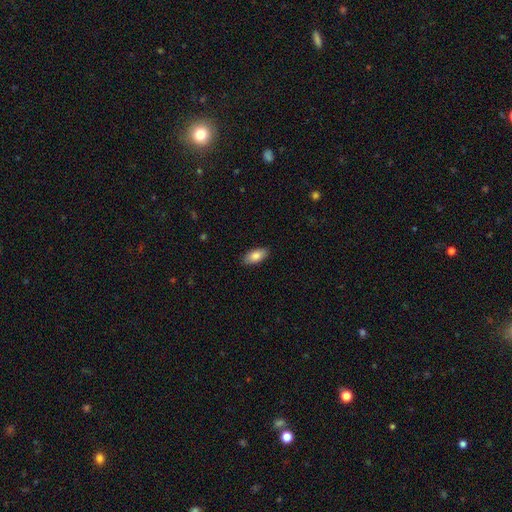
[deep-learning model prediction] Q: Smooth or featured?
A: smooth (84%); runner-up: featured or disk (10%)
Q: How rounded?
A: in between (91%); runner-up: cigar-shaped (7%)
Q: Merging?
A: none (89%); runner-up: minor disturbance (8%)